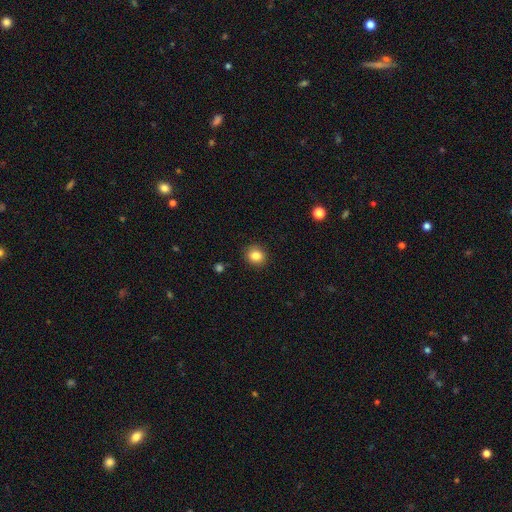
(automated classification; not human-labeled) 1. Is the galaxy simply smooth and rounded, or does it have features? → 84% smooth, 10% star or artifact, 6% featured or disk.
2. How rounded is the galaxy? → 76% round, 23% in between, 1% cigar-shaped.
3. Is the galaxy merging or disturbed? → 90% none, 7% minor disturbance, 2% major disturbance, 1% merger.